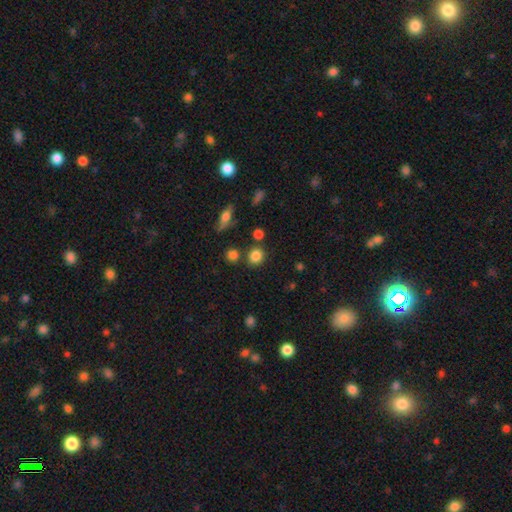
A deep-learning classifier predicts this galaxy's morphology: The model was most divided on "how rounded": round: 79%, in between: 19%, cigar-shaped: 1%. More confident: smooth or featured — smooth (83%); merging — none (77%).